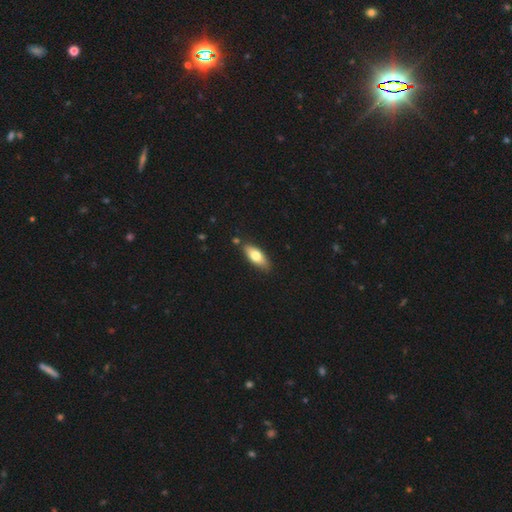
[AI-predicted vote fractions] Smooth or featured? Predicted: smooth (p=0.71). How rounded? Predicted: in between (p=0.75). Merging? Predicted: none (p=0.81).